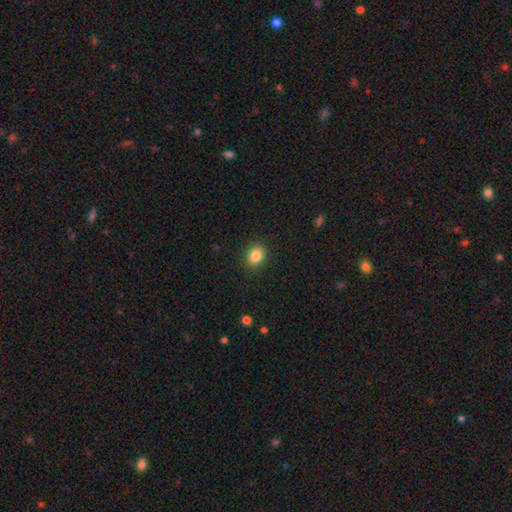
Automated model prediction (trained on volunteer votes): Smooth or featured? smooth (86%)
How rounded? round (53%)
Merging? none (90%)